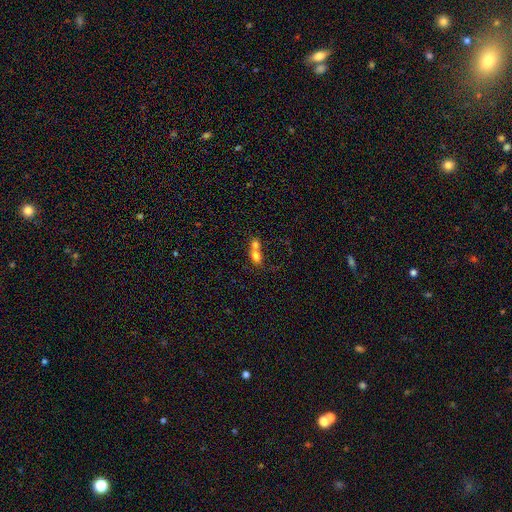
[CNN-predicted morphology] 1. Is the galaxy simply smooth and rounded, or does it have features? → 72% smooth, 17% featured or disk, 11% star or artifact.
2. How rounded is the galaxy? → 58% in between, 39% round, 3% cigar-shaped.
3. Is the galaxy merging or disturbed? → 72% merger, 19% none, 5% minor disturbance, 4% major disturbance.